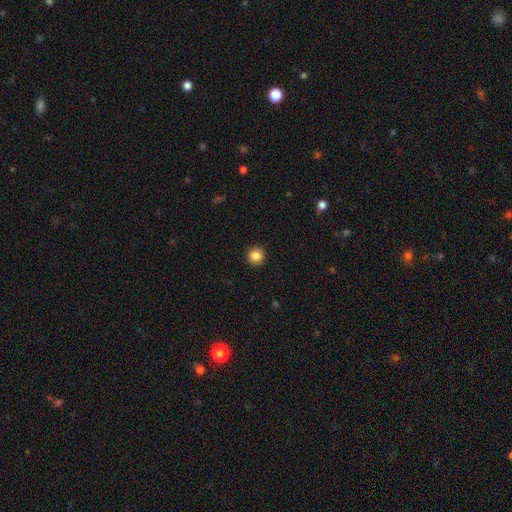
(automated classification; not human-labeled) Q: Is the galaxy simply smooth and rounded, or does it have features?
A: smooth — 85%.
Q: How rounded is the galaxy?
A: round — 94%.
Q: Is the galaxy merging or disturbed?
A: none — 93%.